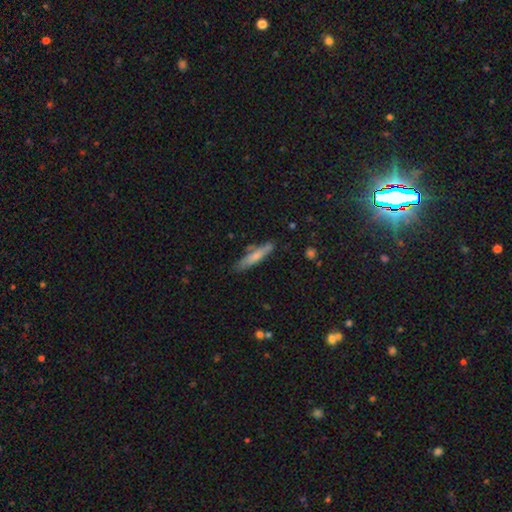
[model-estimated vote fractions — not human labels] Overall: smooth (70%). How rounded: cigar-shaped (85%). Merging: none (77%).